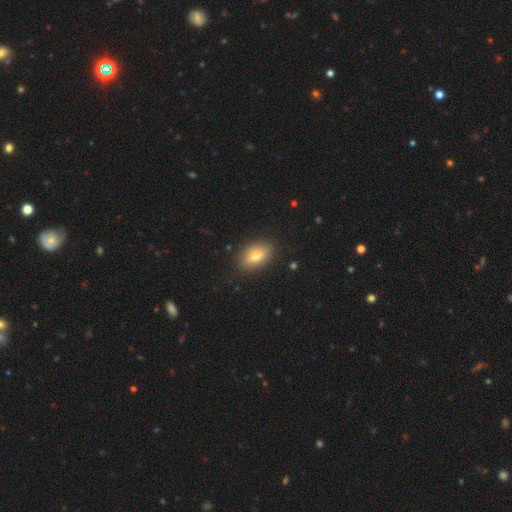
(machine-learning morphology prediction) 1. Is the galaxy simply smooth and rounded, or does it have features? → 62% smooth, 28% featured or disk, 9% star or artifact.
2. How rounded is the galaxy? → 82% in between, 10% cigar-shaped, 8% round.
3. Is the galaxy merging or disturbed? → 86% none, 10% minor disturbance, 2% major disturbance, 1% merger.